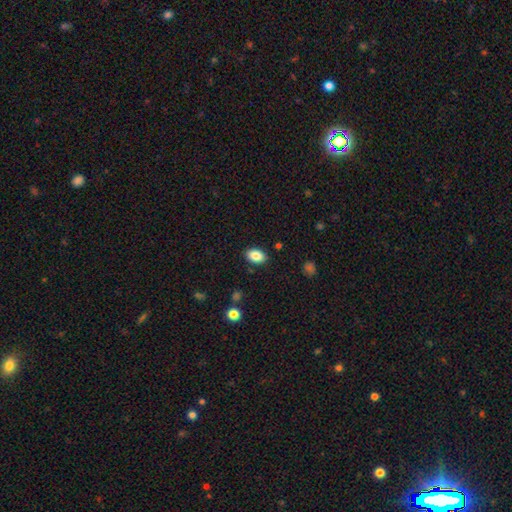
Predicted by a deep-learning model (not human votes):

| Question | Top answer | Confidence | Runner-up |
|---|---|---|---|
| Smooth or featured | smooth | 86% | star or artifact (8%) |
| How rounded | in between | 87% | round (12%) |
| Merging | none | 88% | minor disturbance (9%) |